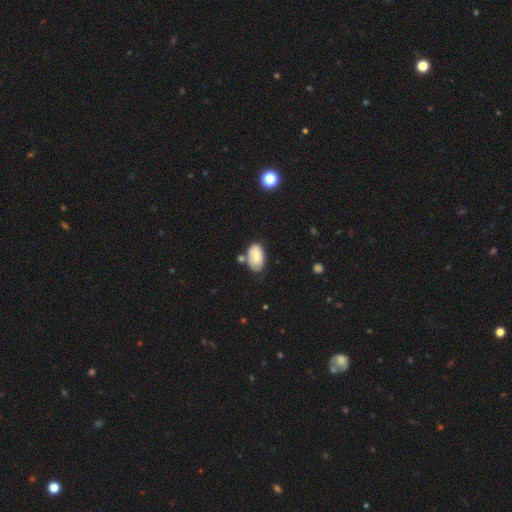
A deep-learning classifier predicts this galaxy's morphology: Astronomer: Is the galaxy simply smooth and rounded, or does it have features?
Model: smooth — 66%.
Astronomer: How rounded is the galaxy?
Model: in between — 92%.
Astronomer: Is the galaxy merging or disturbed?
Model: none — 55%.